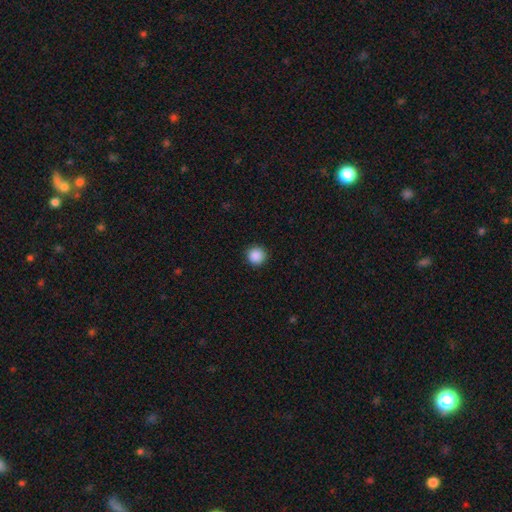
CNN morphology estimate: Overall: smooth (89%). How rounded: round (96%). Merging: none (92%).